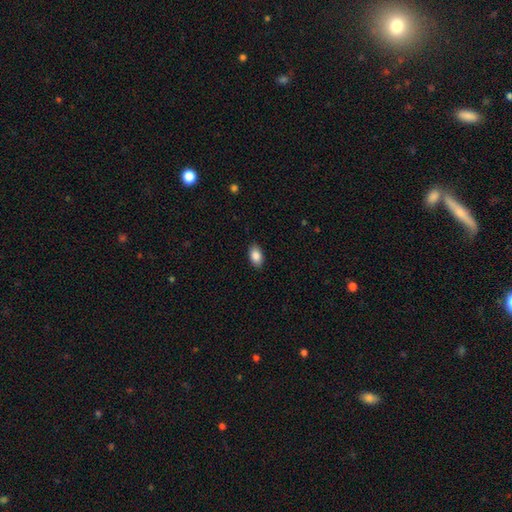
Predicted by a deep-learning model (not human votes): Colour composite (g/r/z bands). It shows a smooth galaxy with no disk features (88%) that is in between round and cigar-shaped (92%). Merging: none (87%).